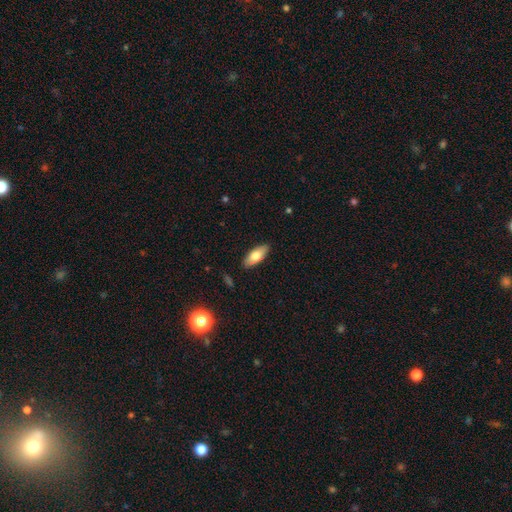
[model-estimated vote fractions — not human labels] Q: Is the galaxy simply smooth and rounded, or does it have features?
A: smooth — 72%.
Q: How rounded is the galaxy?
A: in between — 81%.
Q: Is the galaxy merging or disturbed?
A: none — 87%.